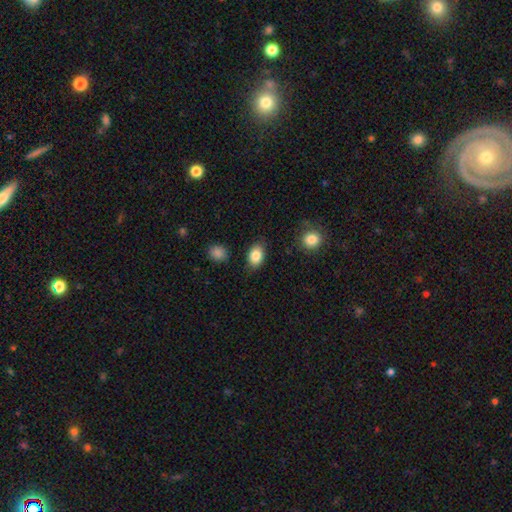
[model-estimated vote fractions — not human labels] Q: Smooth or featured?
A: smooth (85%); runner-up: star or artifact (8%)
Q: How rounded?
A: in between (84%); runner-up: round (15%)
Q: Merging?
A: none (83%); runner-up: minor disturbance (12%)